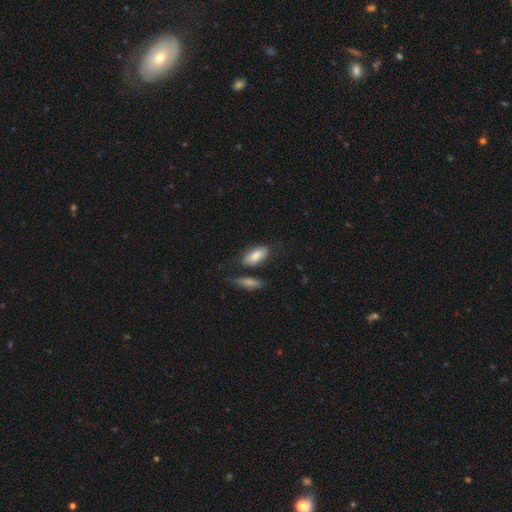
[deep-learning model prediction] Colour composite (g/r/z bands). It shows a smooth galaxy with no disk features (81%) that is in between round and cigar-shaped (86%). Merging: none (67%).